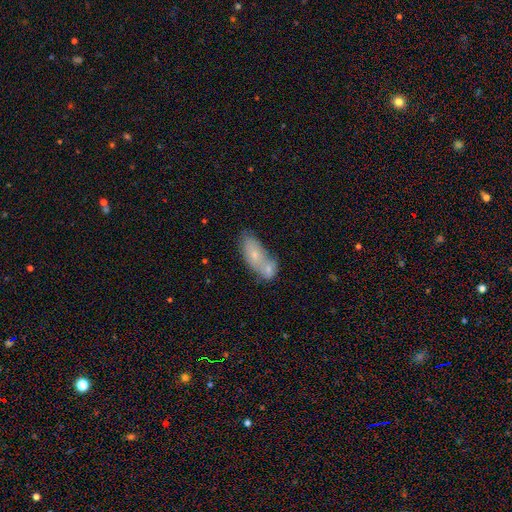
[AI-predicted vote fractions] Morphology: type=smooth (60%); roundness=in between (80%); merging=merger (54%).